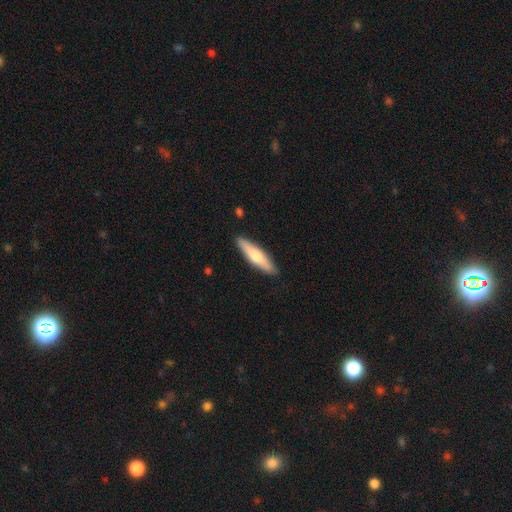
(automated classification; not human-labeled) Morphology: type=smooth (58%); roundness=cigar-shaped (78%); merging=none (89%).